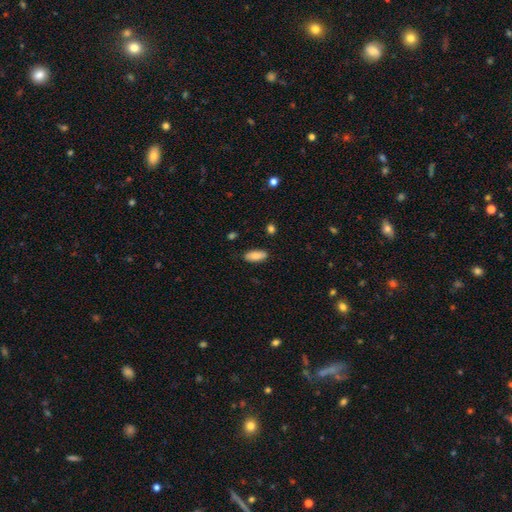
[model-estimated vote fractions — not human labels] A smooth galaxy with no disk features (87%) that is in between round and cigar-shaped (85%).

Vote fractions:
- Smooth or featured? smooth: 87% / featured or disk: 7% / star or artifact: 6%
- How rounded? in between: 85% / cigar-shaped: 13% / round: 2%
- Merging? none: 85% / minor disturbance: 12% / major disturbance: 2% / merger: 1%